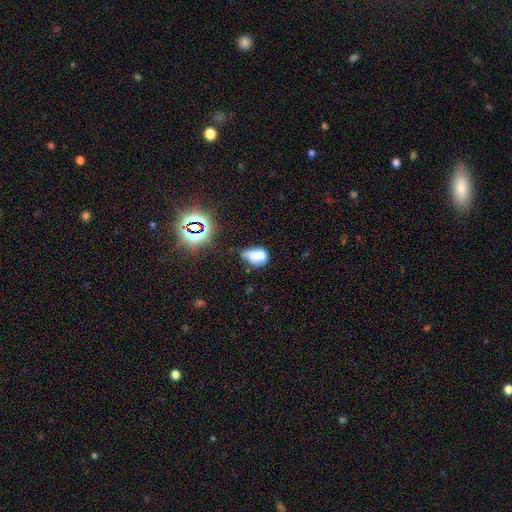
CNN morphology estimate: smooth 67%, featured or disk 18%, star or artifact 15%. Down the decision tree: how rounded — in between (80%); merging — minor disturbance (37%).